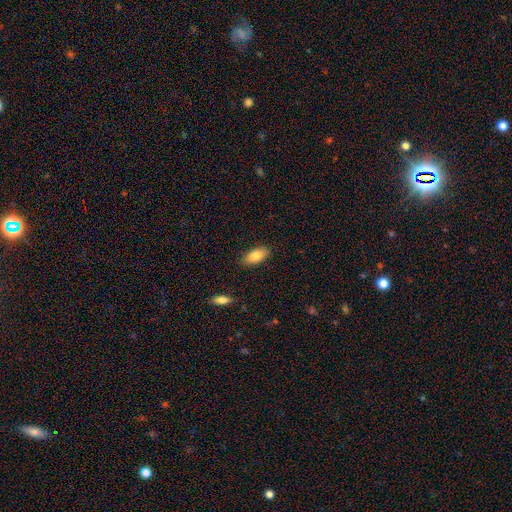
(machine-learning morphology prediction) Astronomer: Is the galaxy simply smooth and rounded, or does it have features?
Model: smooth — 81%.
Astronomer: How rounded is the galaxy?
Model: in between — 88%.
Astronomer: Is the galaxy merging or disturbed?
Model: none — 87%.